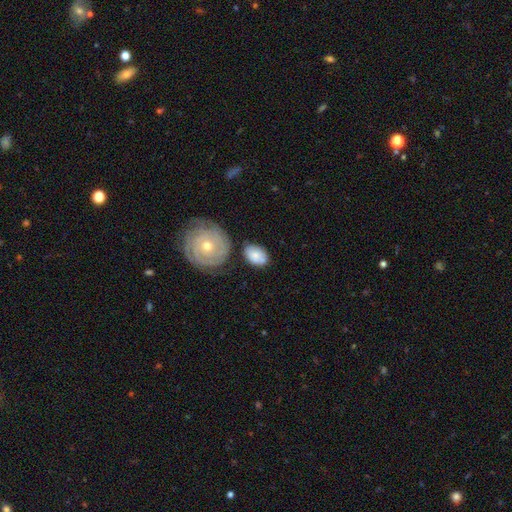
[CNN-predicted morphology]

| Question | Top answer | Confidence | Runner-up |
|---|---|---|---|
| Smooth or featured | smooth | 64% | featured or disk (29%) |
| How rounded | in between | 73% | round (25%) |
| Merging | none | 61% | minor disturbance (19%) |